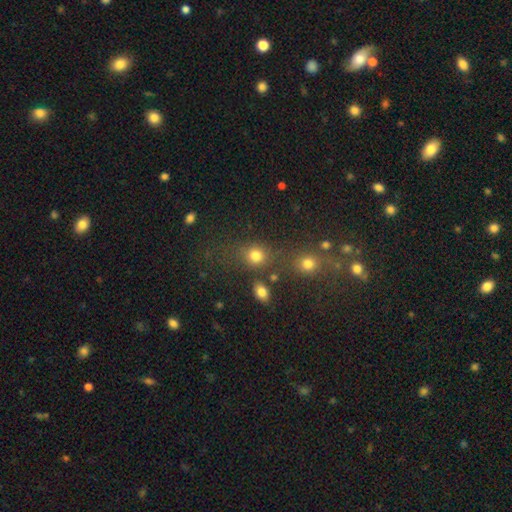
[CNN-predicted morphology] Smooth or featured? Predicted: smooth (p=0.78). How rounded? Predicted: round (p=0.73). Merging? Predicted: none (p=0.63).